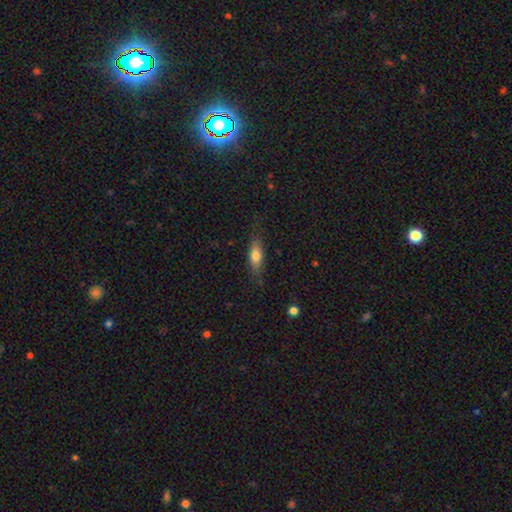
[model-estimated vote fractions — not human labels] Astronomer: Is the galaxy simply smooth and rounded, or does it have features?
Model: smooth — 73%.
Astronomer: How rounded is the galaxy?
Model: in between — 63%.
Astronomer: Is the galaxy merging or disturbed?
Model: none — 76%.